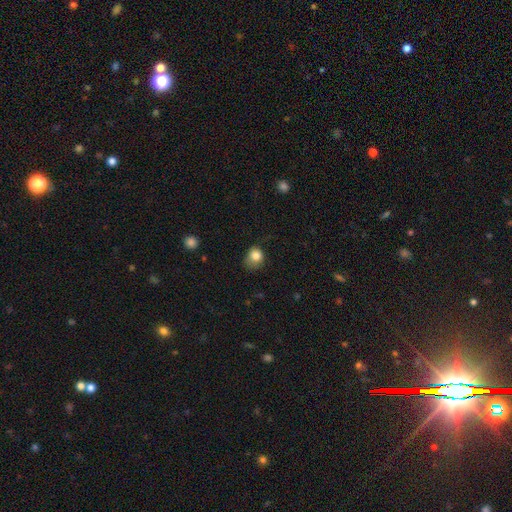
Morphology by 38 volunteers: Smooth or featured?
  - smooth: 82% *
  - featured or disk: 11%
  - star or artifact: 8%
How rounded?
  - round: 61% *
  - in between: 39%
  - cigar-shaped: 0%
Merging?
  - major disturbance: 46% *
  - none: 34%
  - minor disturbance: 20%
  - merger: 0%